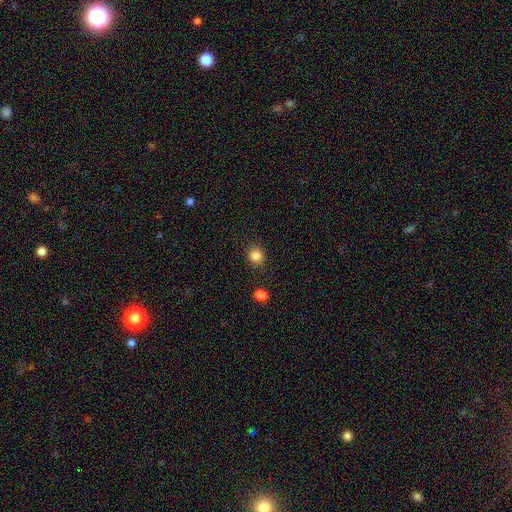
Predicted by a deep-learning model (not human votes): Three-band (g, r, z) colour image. It shows a smooth galaxy with no disk features (85%) that is round (87%). Merging: none (87%).